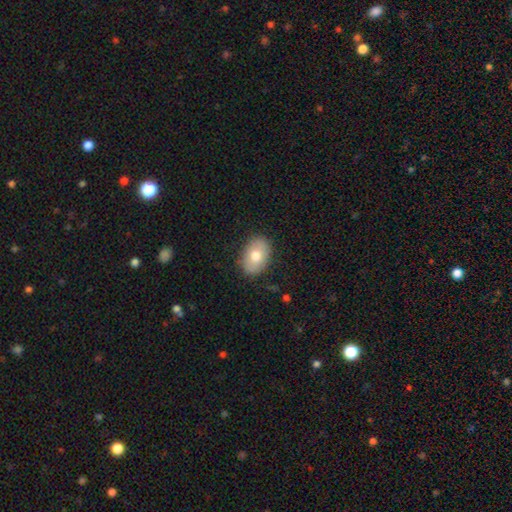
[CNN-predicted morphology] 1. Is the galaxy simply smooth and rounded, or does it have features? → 74% smooth, 19% featured or disk, 7% star or artifact.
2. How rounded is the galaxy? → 85% in between, 14% round, 1% cigar-shaped.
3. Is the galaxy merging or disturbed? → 85% none, 11% minor disturbance, 3% major disturbance, 1% merger.